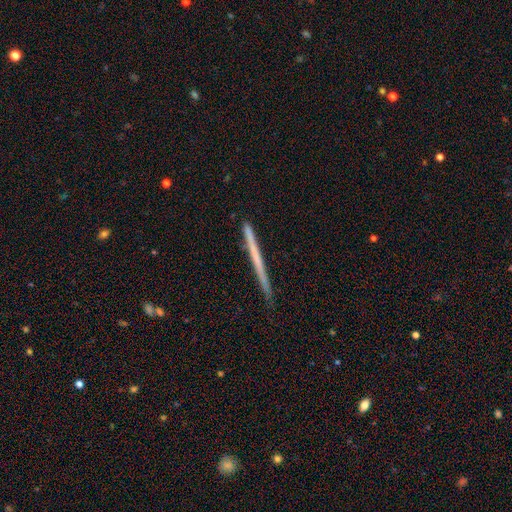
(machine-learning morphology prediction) A featured or disk galaxy (49%). Merging: none (85%).